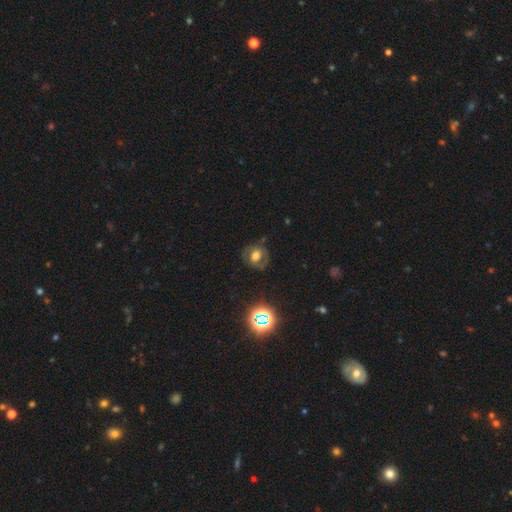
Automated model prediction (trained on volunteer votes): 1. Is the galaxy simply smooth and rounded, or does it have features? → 42% featured or disk (tied), 42% smooth (tied), 16% star or artifact.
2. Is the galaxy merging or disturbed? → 71% none, 18% minor disturbance, 9% major disturbance, 2% merger.